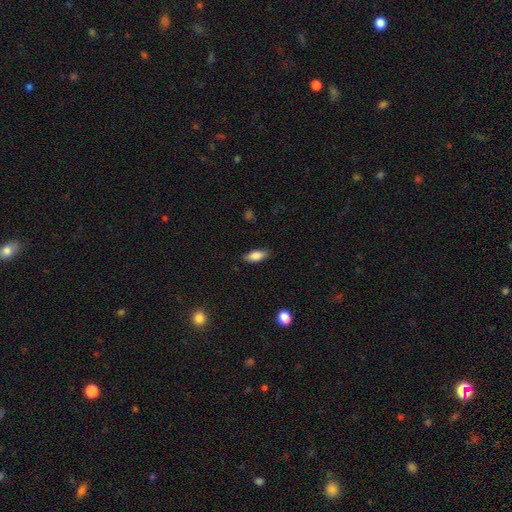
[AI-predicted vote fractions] This is clearly a smooth galaxy (83%). How rounded: likely in between (80%). Merging: clearly none (86%).